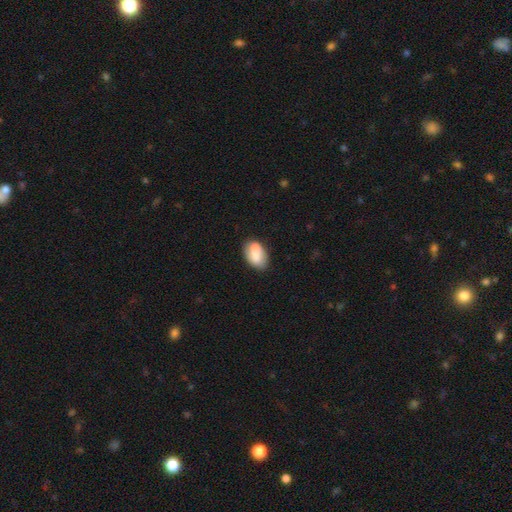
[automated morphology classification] Smooth or featured? Predicted: smooth (p=0.70). How rounded? Predicted: in between (p=0.89). Merging? Predicted: none (p=0.51).